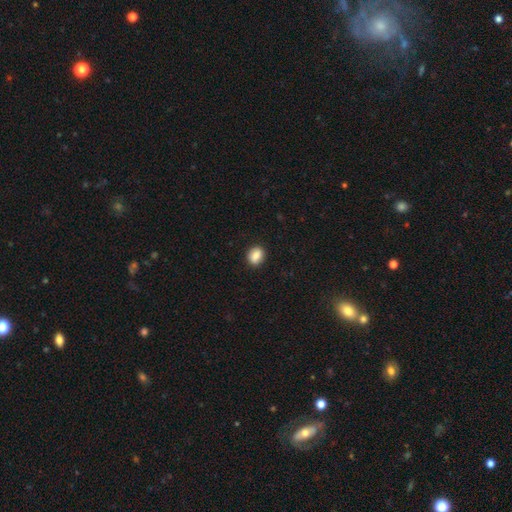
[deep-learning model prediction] smooth 86%, star or artifact 8%, featured or disk 6%. Down the decision tree: how rounded — in between (50%); merging — none (89%).